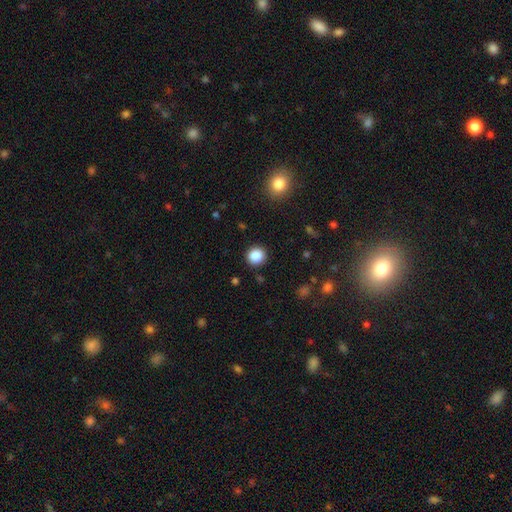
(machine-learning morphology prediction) Q: Smooth or featured?
A: smooth (86%); runner-up: star or artifact (10%)
Q: How rounded?
A: round (92%); runner-up: in between (8%)
Q: Merging?
A: none (91%); runner-up: minor disturbance (5%)